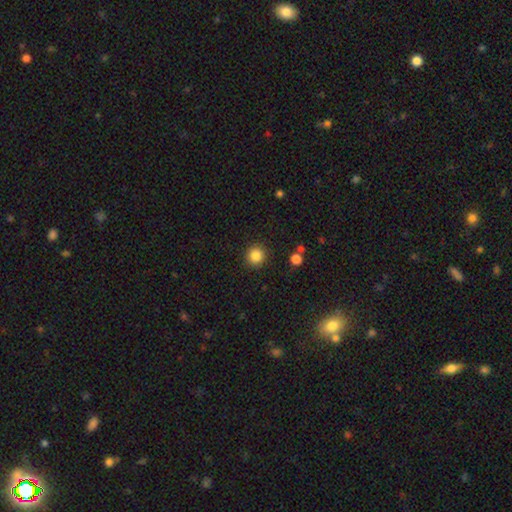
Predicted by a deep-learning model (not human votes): smooth-or-featured: smooth: 85% | star or artifact: 10% | featured or disk: 4%
  how-rounded: round: 93% | in between: 6% | cigar-shaped: 1%
  merging: none: 91% | minor disturbance: 6% | major disturbance: 2% | merger: 1%